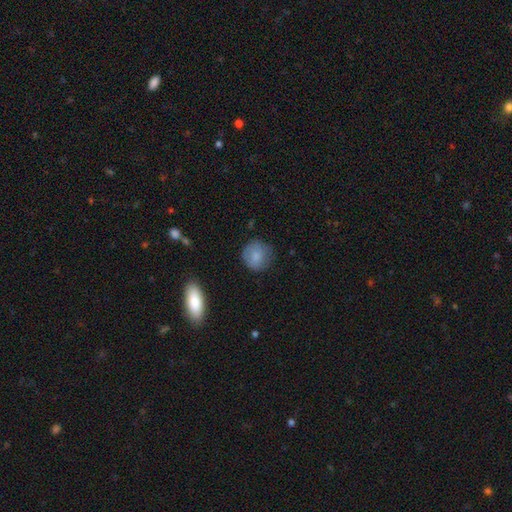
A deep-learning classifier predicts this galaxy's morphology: The model was most divided on "merging": none: 74%, minor disturbance: 19%, major disturbance: 5%, merger: 2%. More confident: how rounded — round (89%); smooth or featured — smooth (80%).